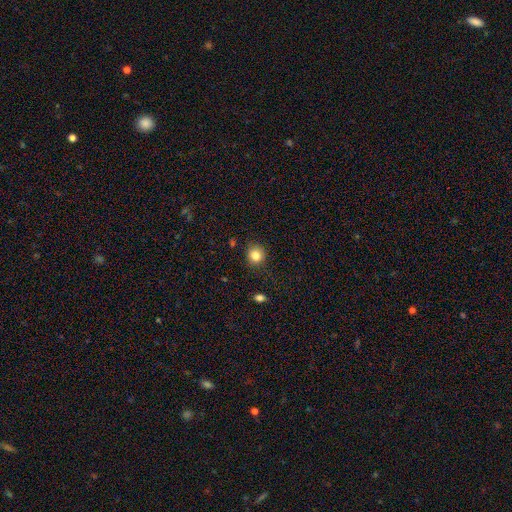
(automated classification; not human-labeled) Morphology: type=smooth (84%); roundness=round (85%); merging=none (86%).